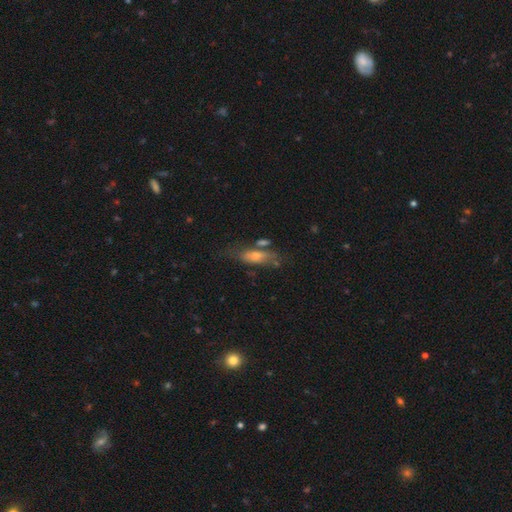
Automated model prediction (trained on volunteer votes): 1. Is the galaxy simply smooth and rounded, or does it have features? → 47% smooth, 41% featured or disk, 12% star or artifact.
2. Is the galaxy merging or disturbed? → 54% none, 22% minor disturbance, 13% merger, 11% major disturbance.